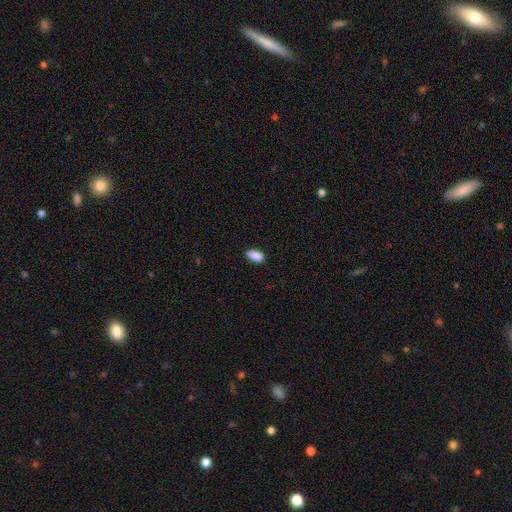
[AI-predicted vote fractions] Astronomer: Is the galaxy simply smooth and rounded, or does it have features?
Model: smooth — 89%.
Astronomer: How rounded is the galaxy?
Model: in between — 91%.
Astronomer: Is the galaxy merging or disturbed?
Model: none — 81%.